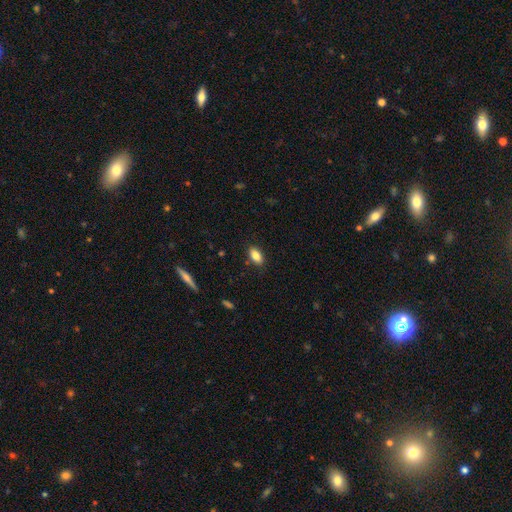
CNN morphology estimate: This appears to be a smooth galaxy with no disk features (84%) that is in between round and cigar-shaped (88%). Merging: none (86%).